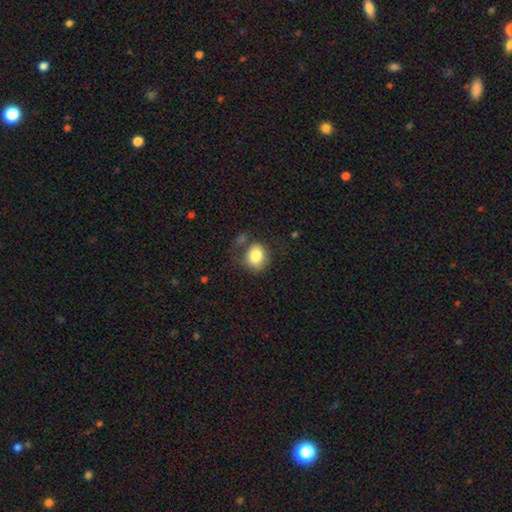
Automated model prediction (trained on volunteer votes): A smooth galaxy with no disk features (82%) that is round (60%). Merging: none (62%).